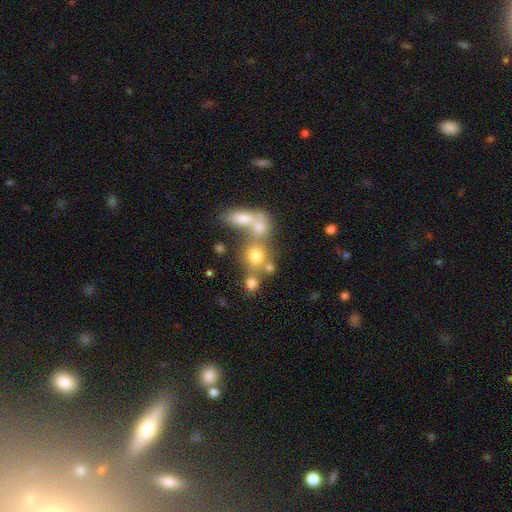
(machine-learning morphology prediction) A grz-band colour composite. It shows a smooth galaxy with no disk features (68%) that is round (71%). Merging: merger (44%).